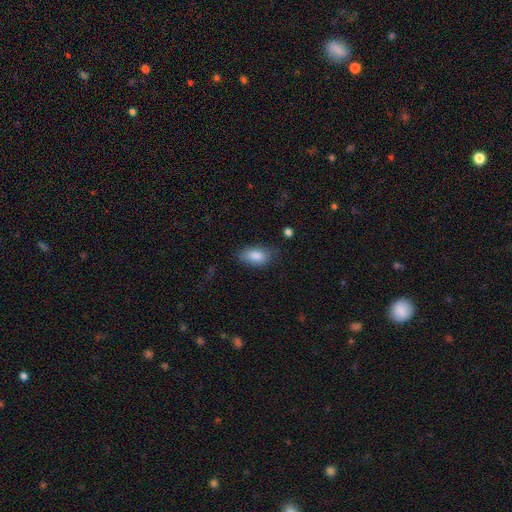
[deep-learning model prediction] smooth-or-featured: smooth: 86% | featured or disk: 8% | star or artifact: 7%
  how-rounded: in between: 91% | cigar-shaped: 6% | round: 4%
  merging: none: 74% | minor disturbance: 20% | major disturbance: 5% | merger: 2%